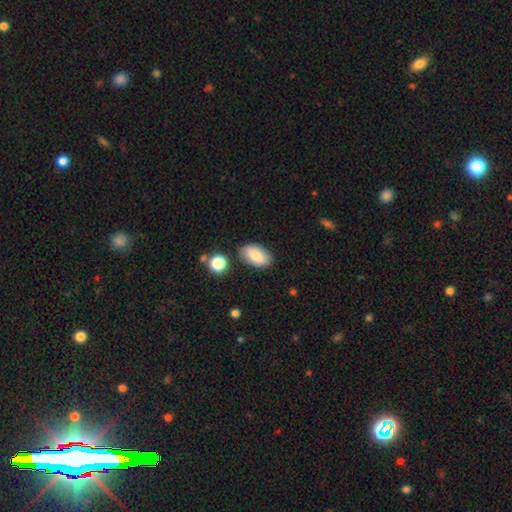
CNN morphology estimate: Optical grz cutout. It shows a smooth galaxy with no disk features (84%) that is in between round and cigar-shaped (93%). Merging: none (81%).